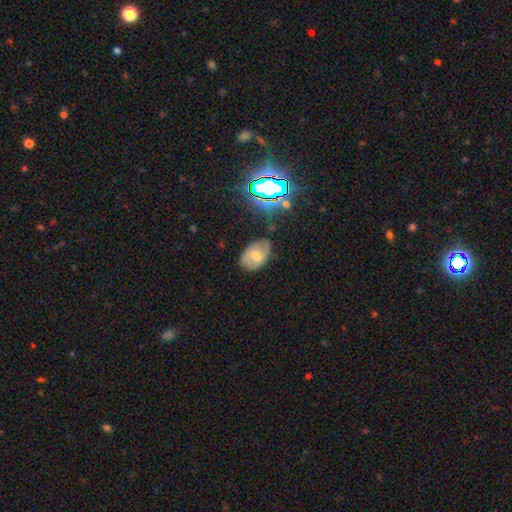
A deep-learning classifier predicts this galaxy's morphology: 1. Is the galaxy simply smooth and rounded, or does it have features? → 44% smooth, 32% featured or disk, 24% star or artifact.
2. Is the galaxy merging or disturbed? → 73% none, 20% minor disturbance, 5% major disturbance, 2% merger.